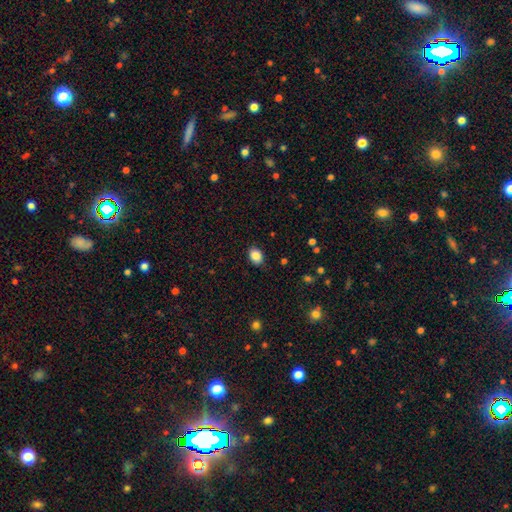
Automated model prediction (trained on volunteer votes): Smooth or featured: smooth — 87% (star or artifact — 9%)
How rounded: in between — 67% (round — 32%)
Merging: none — 85% (minor disturbance — 12%)